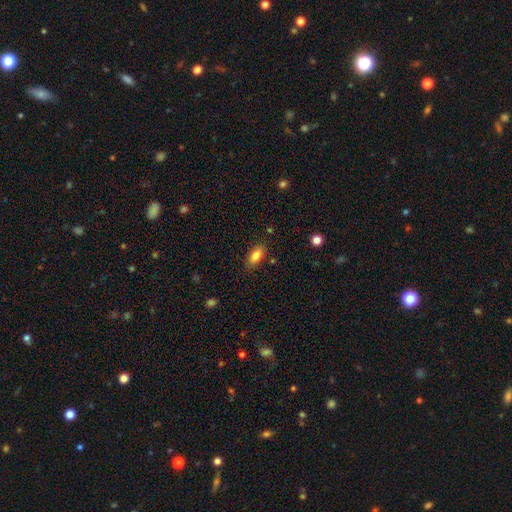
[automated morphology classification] Smooth or featured? smooth (85%)
How rounded? in between (87%)
Merging? none (83%)